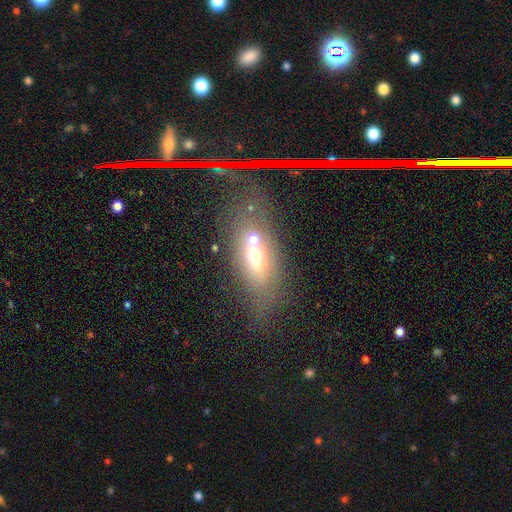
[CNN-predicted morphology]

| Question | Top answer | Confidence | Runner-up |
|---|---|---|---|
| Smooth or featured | smooth | 55% | featured or disk (29%) |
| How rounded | in between | 73% | round (17%) |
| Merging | none | 40% | merger (35%) |